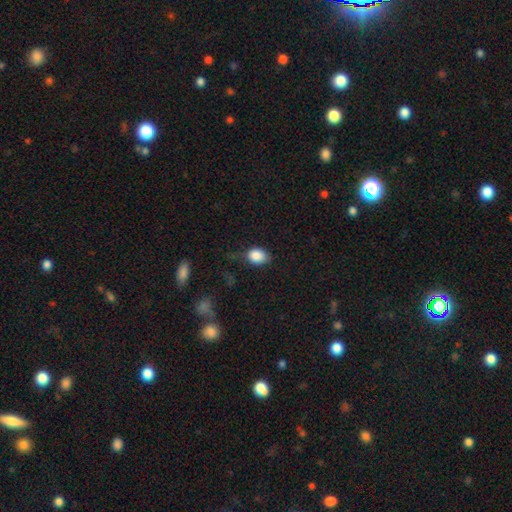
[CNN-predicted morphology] smooth-or-featured: smooth: 86% | star or artifact: 9% | featured or disk: 6%
  how-rounded: in between: 67% | round: 32% | cigar-shaped: 1%
  merging: none: 60% | minor disturbance: 28% | major disturbance: 9% | merger: 3%